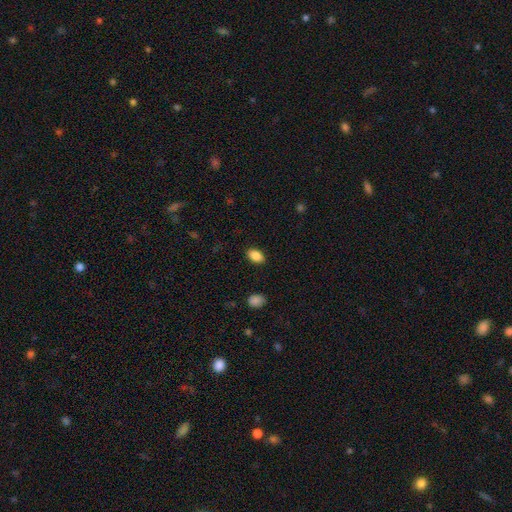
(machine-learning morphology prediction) Overall: smooth (87%). How rounded: in between (89%). Merging: none (88%).